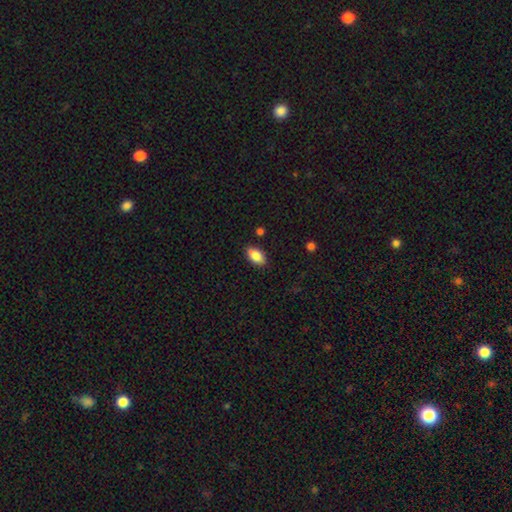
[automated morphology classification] A smooth galaxy with no disk features (82%) that is in between round and cigar-shaped (90%). Merging: none (83%).